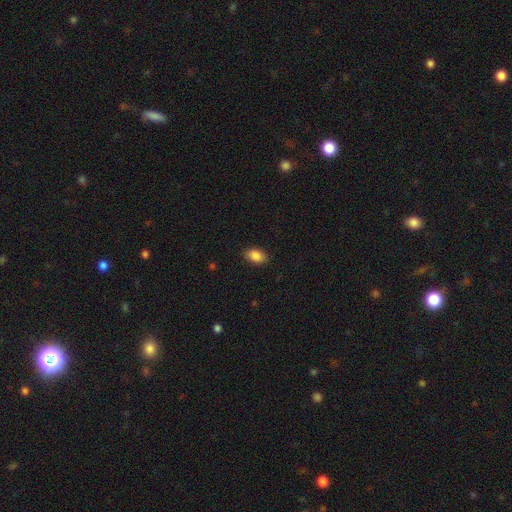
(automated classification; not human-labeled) This is clearly a smooth galaxy (87%). How rounded: clearly in between (88%). Merging: clearly none (87%).